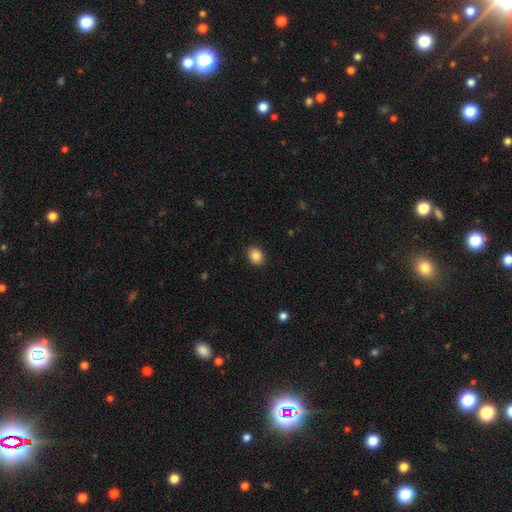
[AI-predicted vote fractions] smooth_or_featured: smooth (p=0.86) [alt: star or artifact p=0.09]
how_rounded: in between (p=0.54) [alt: round p=0.45]
merging: none (p=0.89) [alt: minor disturbance p=0.08]